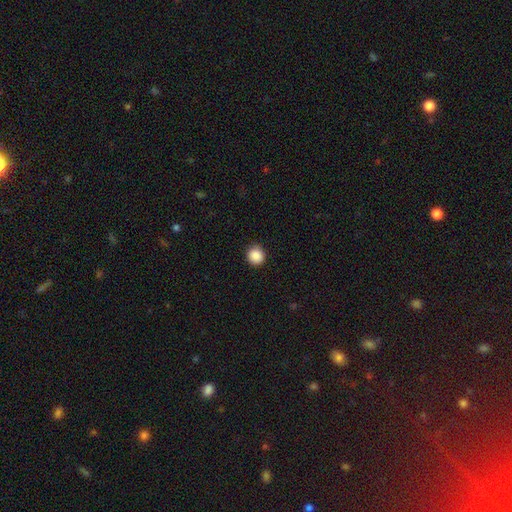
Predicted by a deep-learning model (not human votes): Smooth or featured? smooth (88%)
How rounded? round (90%)
Merging? none (88%)